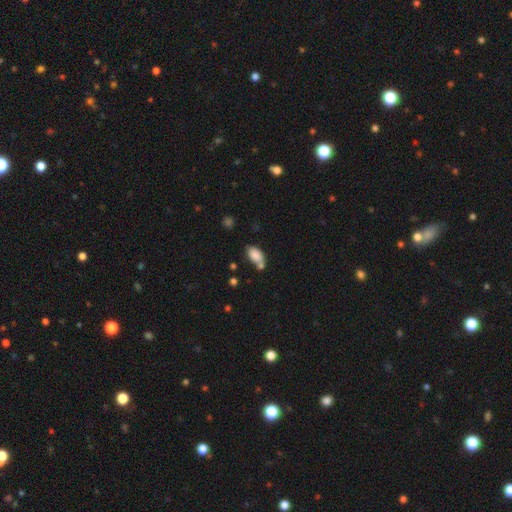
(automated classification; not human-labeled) Smooth or featured?
  - smooth: 84% *
  - star or artifact: 9%
  - featured or disk: 7%
How rounded?
  - in between: 91% *
  - round: 7%
  - cigar-shaped: 2%
Merging?
  - none: 46% *
  - merger: 31%
  - minor disturbance: 17%
  - major disturbance: 6%